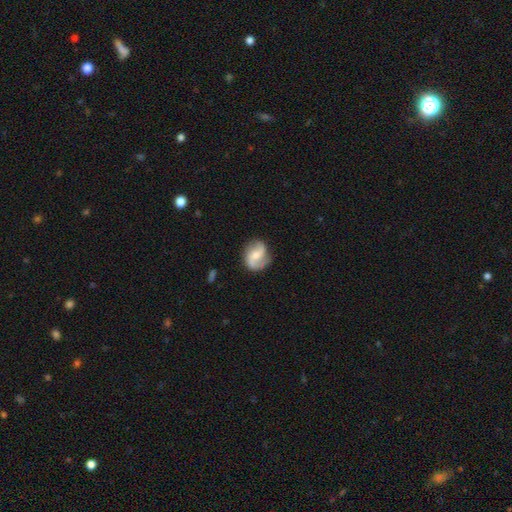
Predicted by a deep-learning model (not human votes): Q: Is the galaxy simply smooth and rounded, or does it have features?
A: featured or disk — 78%.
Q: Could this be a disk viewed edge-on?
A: no — 98%.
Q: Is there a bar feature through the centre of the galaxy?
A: weak — 44%.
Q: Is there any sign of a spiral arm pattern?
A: yes — 95%.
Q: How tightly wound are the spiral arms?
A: loose — 44%.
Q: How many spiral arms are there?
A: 2 — 86%.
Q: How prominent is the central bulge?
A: moderate — 48%.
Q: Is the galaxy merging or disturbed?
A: none — 73%.